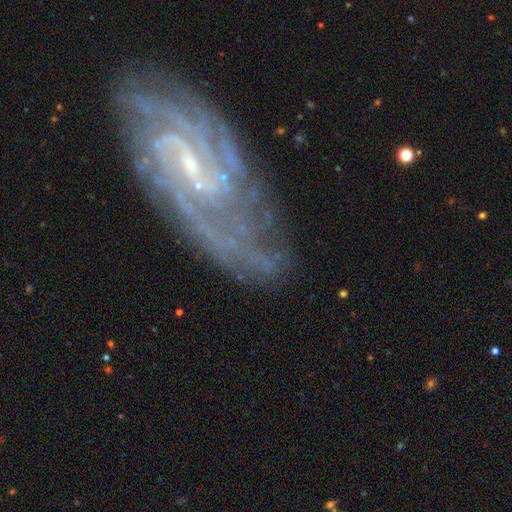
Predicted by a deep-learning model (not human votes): Overall: featured or disk (86%). Edge-on disk: no (94%). Bar: weak (50%; no 30%). Spiral arms: yes (96%). Spiral arm count: can't tell (28%; 2 23%). Spiral winding: tight (53%; medium 37%). Bulge size: small (72%). Merging: none (70%).